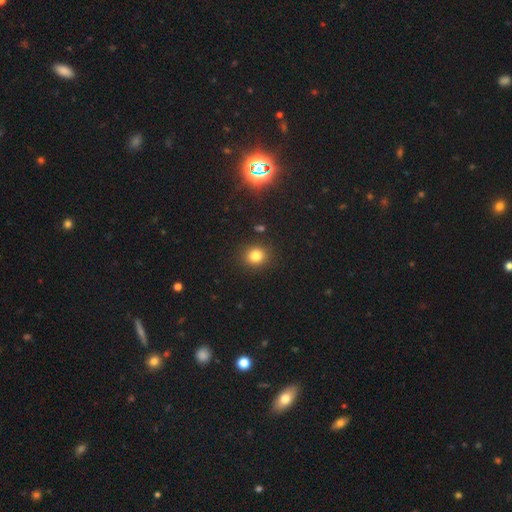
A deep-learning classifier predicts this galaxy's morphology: Smooth or featured? Predicted: smooth (p=0.81). How rounded? Predicted: round (p=0.81). Merging? Predicted: none (p=0.88).